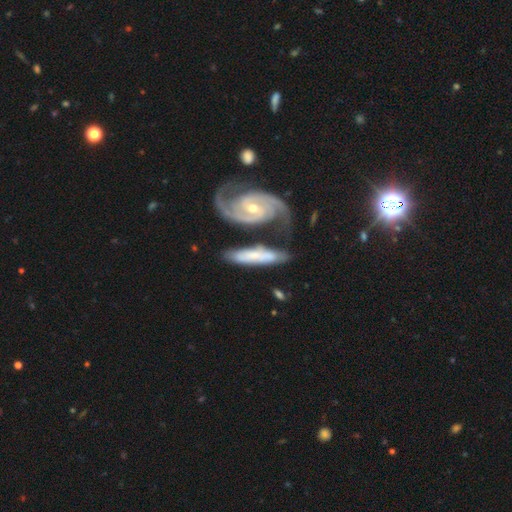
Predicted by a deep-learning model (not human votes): Smooth or featured?
  - featured or disk: 63% *
  - smooth: 31%
  - star or artifact: 6%
Edge-on disk?
  - no: 77% *
  - yes: 23%
Merging?
  - none: 49% *
  - merger: 24%
  - minor disturbance: 19%
  - major disturbance: 8%